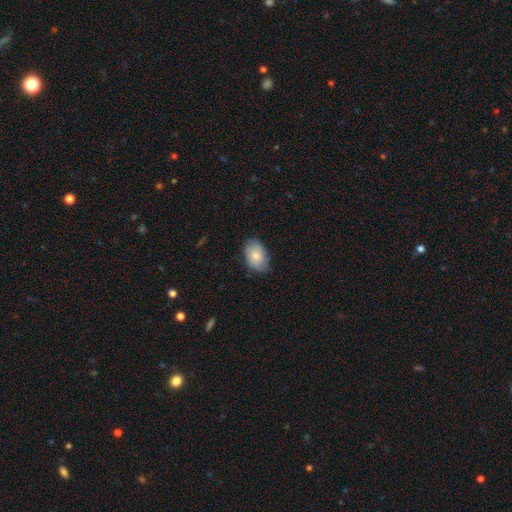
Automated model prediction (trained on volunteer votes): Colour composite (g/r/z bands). It shows a smooth galaxy with no disk features (80%) that is in between round and cigar-shaped (85%). Merging: none (74%).